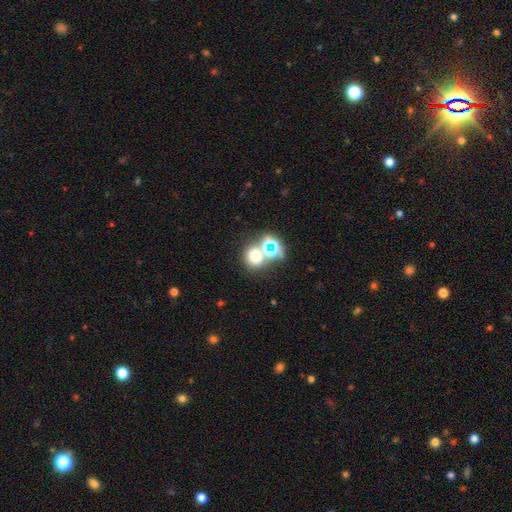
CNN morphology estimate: This is likely a smooth galaxy (61%). How rounded: likely round (79%). Merging: possibly none (56%).